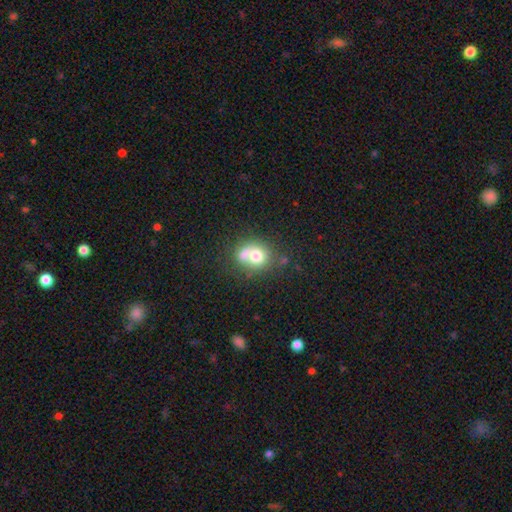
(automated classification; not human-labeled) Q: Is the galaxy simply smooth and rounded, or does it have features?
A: smooth — 70%.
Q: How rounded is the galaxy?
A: round — 71%.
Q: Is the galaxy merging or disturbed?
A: merger — 44%.